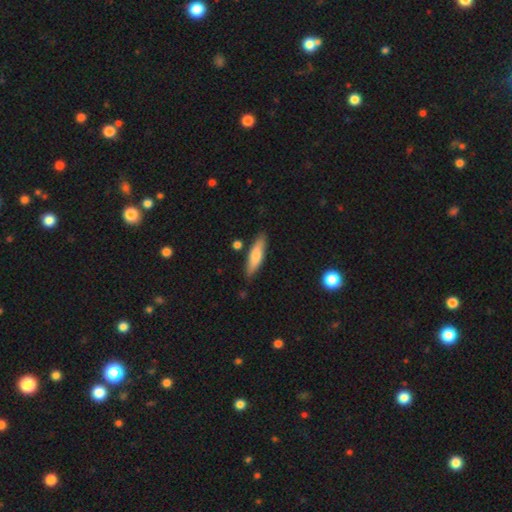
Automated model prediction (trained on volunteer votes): Smooth or featured? Predicted: smooth (p=0.68). How rounded? Predicted: cigar-shaped (p=0.68). Merging? Predicted: none (p=0.84).